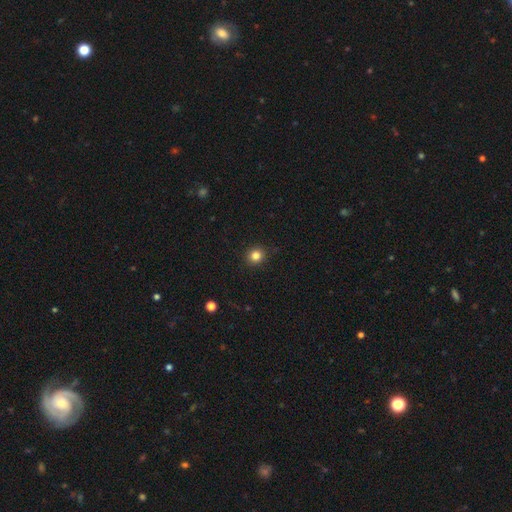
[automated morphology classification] A smooth galaxy with no disk features (84%) that is round (89%).

Vote fractions:
- Smooth or featured? smooth: 84% / star or artifact: 12% / featured or disk: 5%
- How rounded? round: 89% / in between: 10% / cigar-shaped: 1%
- Merging? none: 91% / minor disturbance: 6% / major disturbance: 2% / merger: 1%